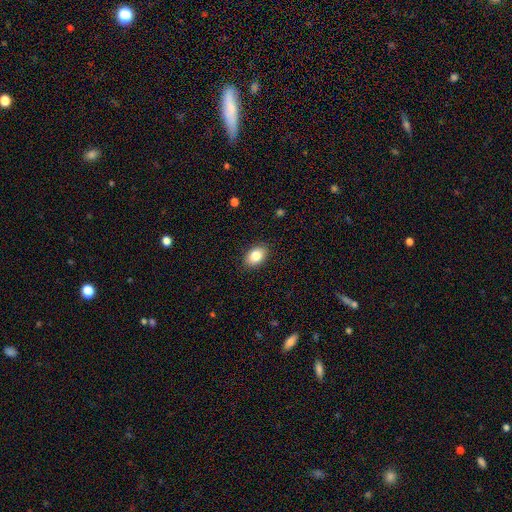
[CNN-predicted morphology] This is clearly a smooth galaxy (84%). How rounded: clearly in between (87%). Merging: clearly none (87%).